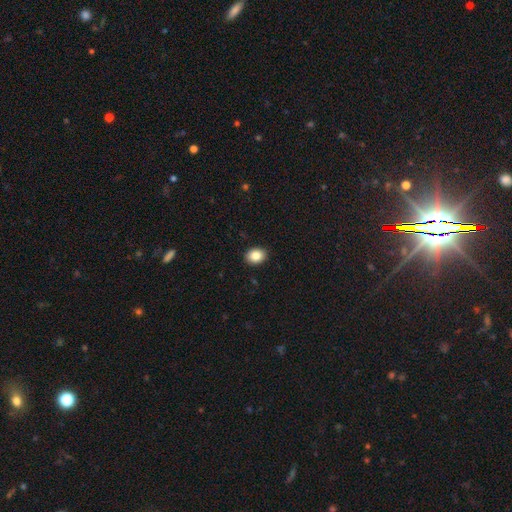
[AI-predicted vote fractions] Smooth or featured? smooth (86%)
How rounded? in between (60%)
Merging? none (91%)